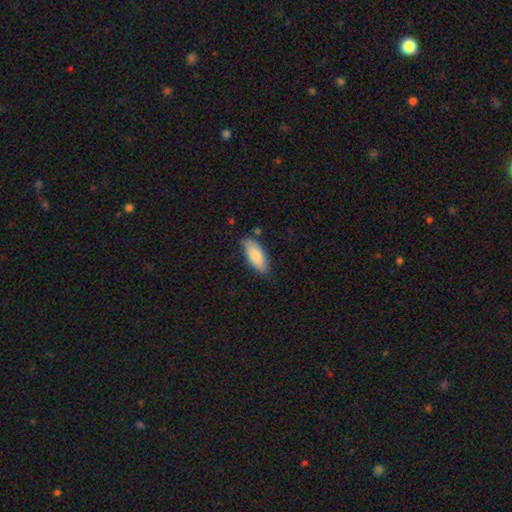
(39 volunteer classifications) smooth_or_featured: smooth (p=0.87) [alt: featured or disk p=0.13]
how_rounded: in between (p=0.91) [alt: cigar-shaped p=0.06]
merging: none (p=0.74) [alt: minor disturbance p=0.15]